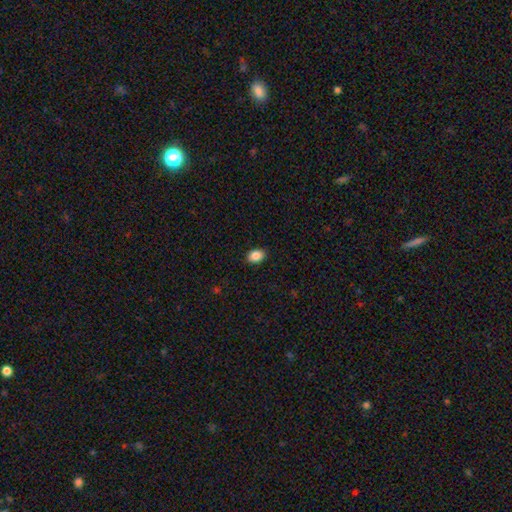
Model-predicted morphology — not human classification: This appears to be a smooth galaxy with no disk features (87%) that is in between round and cigar-shaped (72%). Merging: none (89%).